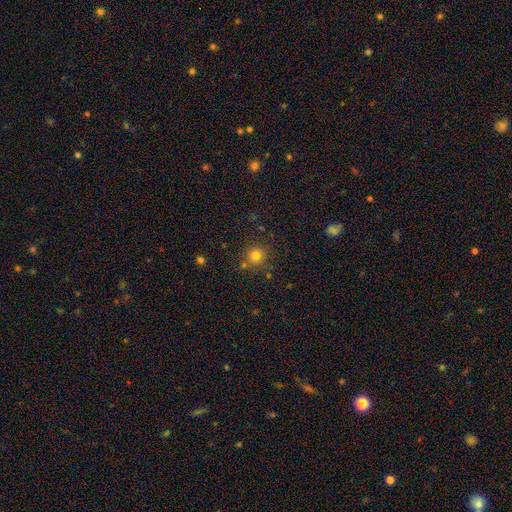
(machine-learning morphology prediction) Overall: smooth (77%). How rounded: round (92%). Merging: none (81%).